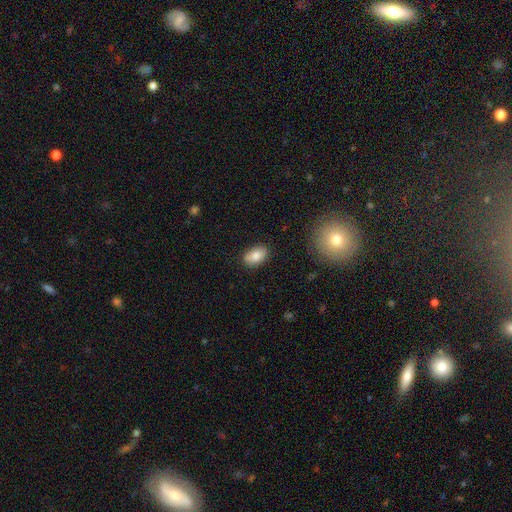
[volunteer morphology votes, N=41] smooth 85%, featured or disk 10%, star or artifact 5%. Down the decision tree: how rounded — in between (89%); merging — none (69%).